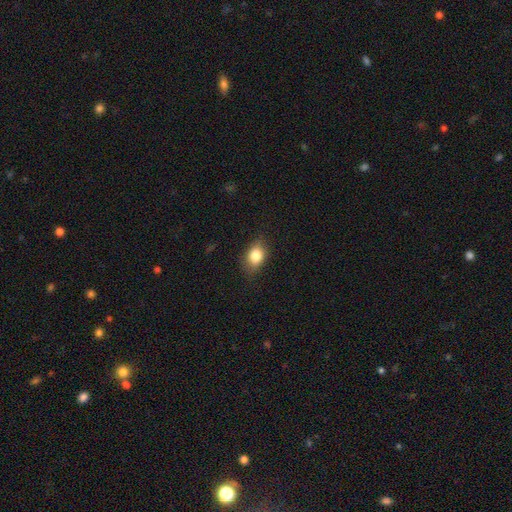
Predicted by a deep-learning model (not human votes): Smooth or featured? Predicted: smooth (p=0.81). How rounded? Predicted: in between (p=0.73). Merging? Predicted: none (p=0.79).